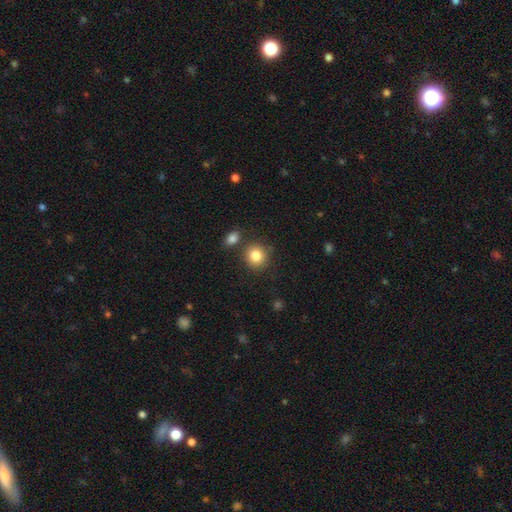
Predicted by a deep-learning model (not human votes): This appears to be a smooth galaxy with no disk features (84%) that is round (85%). Merging: none (78%).